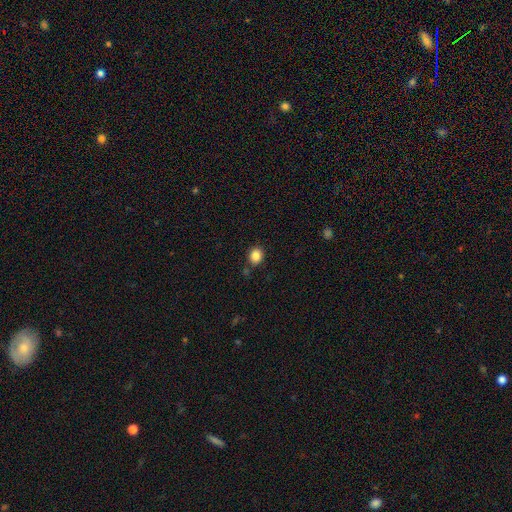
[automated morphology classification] This appears to be a smooth galaxy with no disk features (86%) that is round (68%). Merging: none (84%).